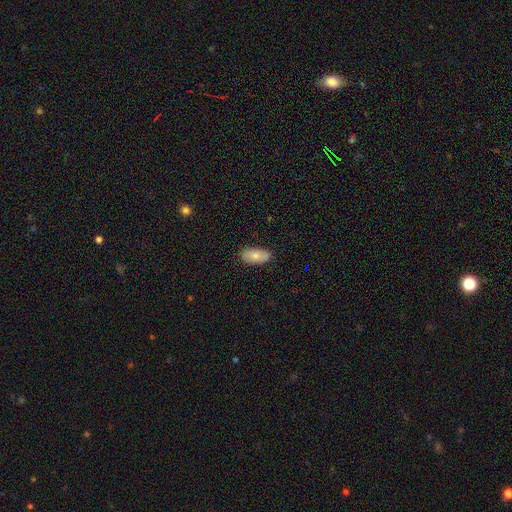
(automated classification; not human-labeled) Q: Smooth or featured?
A: smooth (77%); runner-up: featured or disk (16%)
Q: How rounded?
A: in between (93%); runner-up: cigar-shaped (4%)
Q: Merging?
A: none (87%); runner-up: minor disturbance (10%)